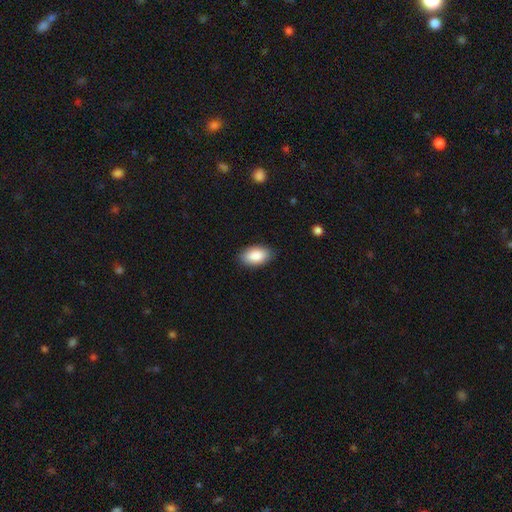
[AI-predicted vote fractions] smooth-or-featured: smooth: 88% | star or artifact: 6% | featured or disk: 6%
  how-rounded: in between: 94% | round: 4% | cigar-shaped: 2%
  merging: none: 86% | minor disturbance: 11% | major disturbance: 2% | merger: 1%